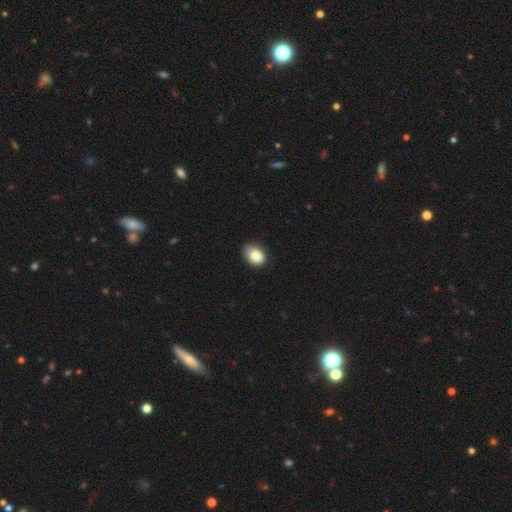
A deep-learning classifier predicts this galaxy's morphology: type=smooth (84%); roundness=in between (67%); merging=none (67%).